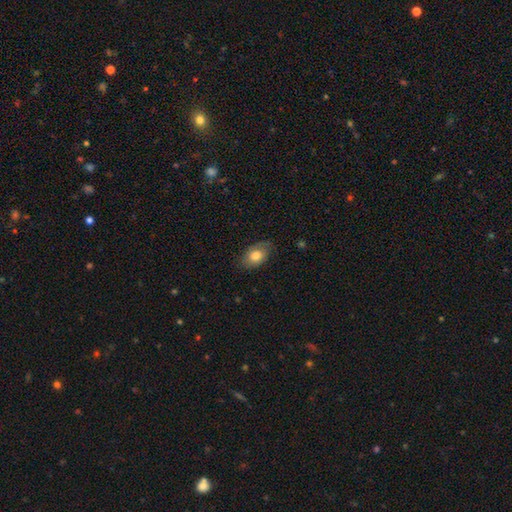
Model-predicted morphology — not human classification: The model was most divided on "merging": none: 74%, minor disturbance: 21%, major disturbance: 5%, merger: 1%. More confident: how rounded — in between (88%); smooth or featured — smooth (75%).